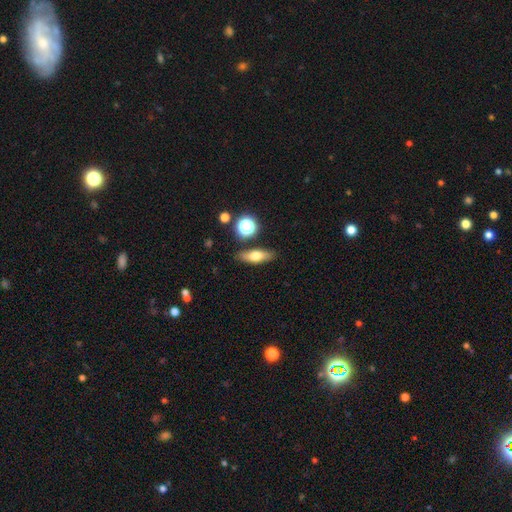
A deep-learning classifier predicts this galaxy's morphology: Q: Smooth or featured?
A: smooth (64%); runner-up: featured or disk (26%)
Q: How rounded?
A: in between (54%); runner-up: cigar-shaped (38%)
Q: Merging?
A: none (84%); runner-up: minor disturbance (10%)